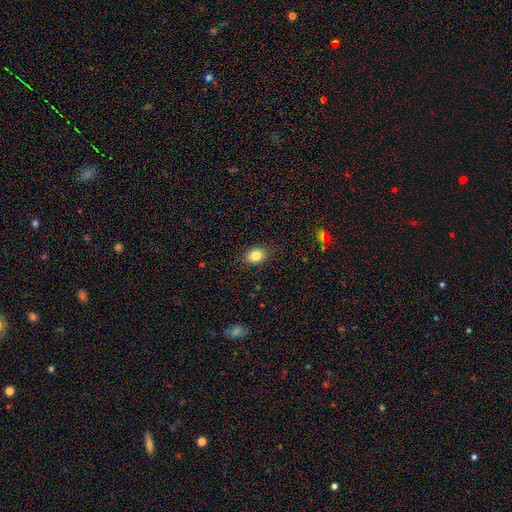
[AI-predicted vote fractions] The model was most divided on "how rounded": in between: 61%, round: 37%, cigar-shaped: 1%. More confident: merging — none (84%); smooth or featured — smooth (84%).